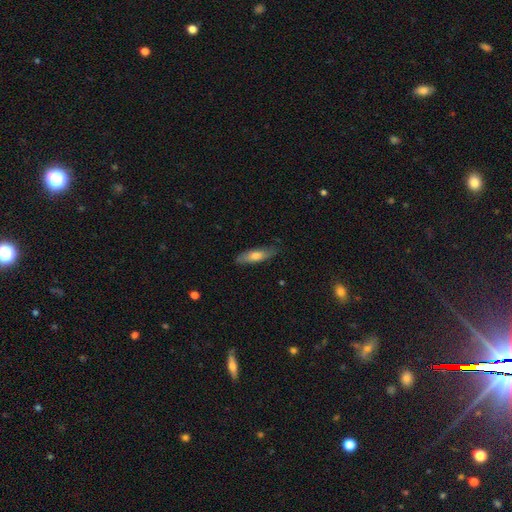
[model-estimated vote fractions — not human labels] This appears to be a smooth galaxy with no disk features (63%) that is cigar-shaped (66%). Merging: none (83%).